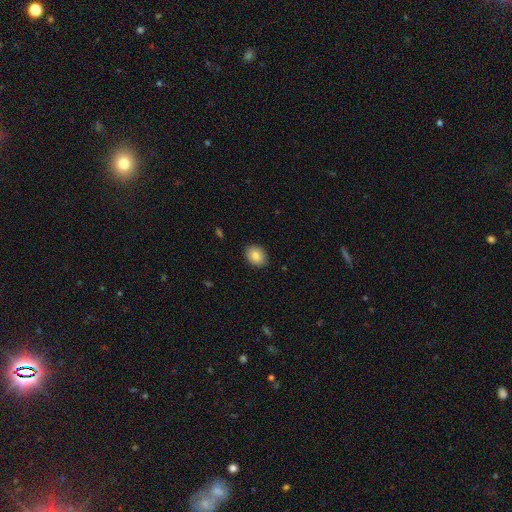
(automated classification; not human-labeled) smooth 84%, star or artifact 8%, featured or disk 8%. Down the decision tree: how rounded — in between (58%); merging — none (89%).